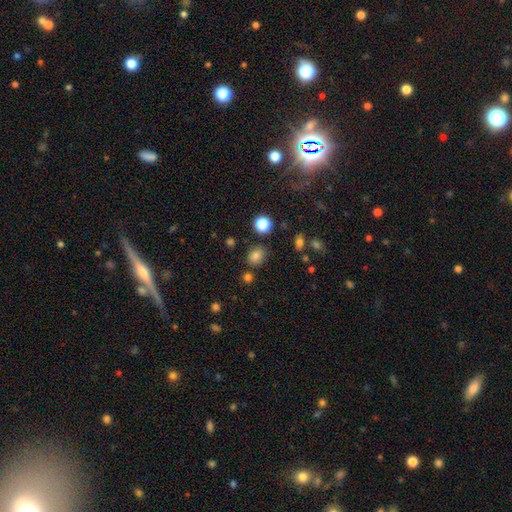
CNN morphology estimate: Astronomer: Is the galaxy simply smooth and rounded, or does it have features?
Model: smooth — 80%.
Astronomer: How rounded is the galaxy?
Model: in between — 50% (runner-up: round, 49%).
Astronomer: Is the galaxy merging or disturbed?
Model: none — 80%.